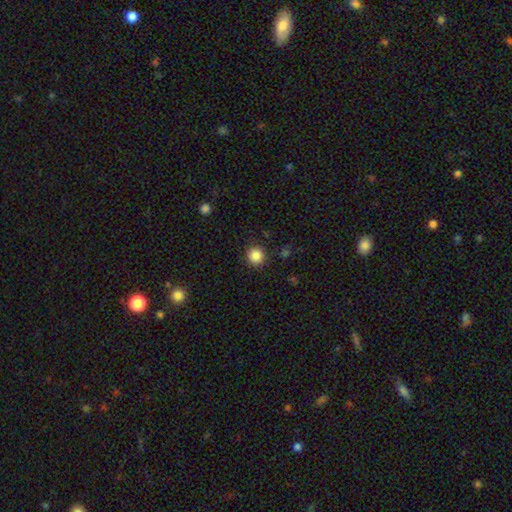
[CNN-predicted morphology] Smooth or featured? smooth (86%)
How rounded? round (92%)
Merging? none (89%)